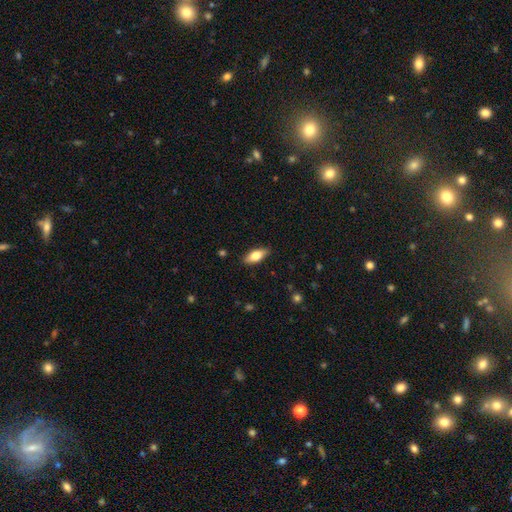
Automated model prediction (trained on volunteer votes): smooth_or_featured: smooth (p=0.68) [alt: featured or disk p=0.25]
how_rounded: in between (p=0.78) [alt: cigar-shaped p=0.20]
merging: none (p=0.88) [alt: minor disturbance p=0.09]